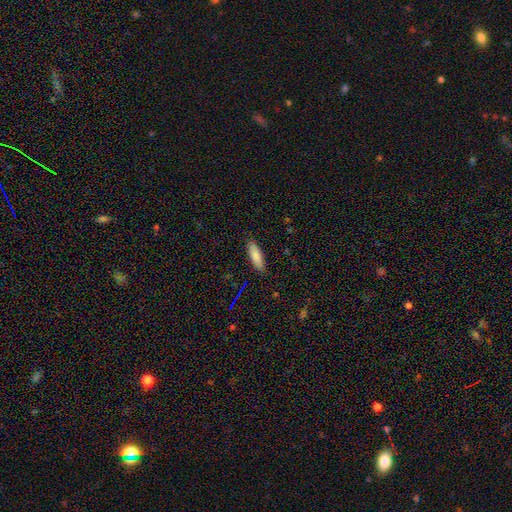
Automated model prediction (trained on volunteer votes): Smooth or featured? Predicted: smooth (p=0.81). How rounded? Predicted: in between (p=0.51). Merging? Predicted: none (p=0.86).